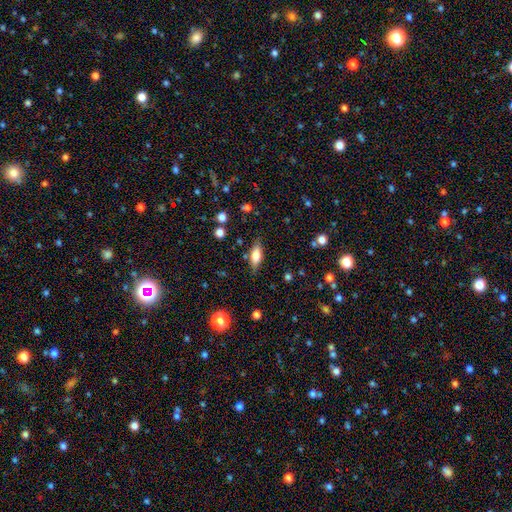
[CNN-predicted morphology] smooth 71%, featured or disk 22%, star or artifact 8%. Down the decision tree: how rounded — in between (74%); merging — none (81%).